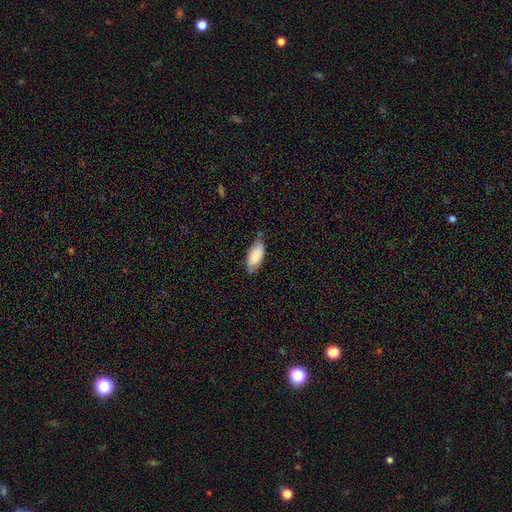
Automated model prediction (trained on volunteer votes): This is clearly a smooth galaxy (83%). How rounded: clearly in between (87%). Merging: possibly none (57%).